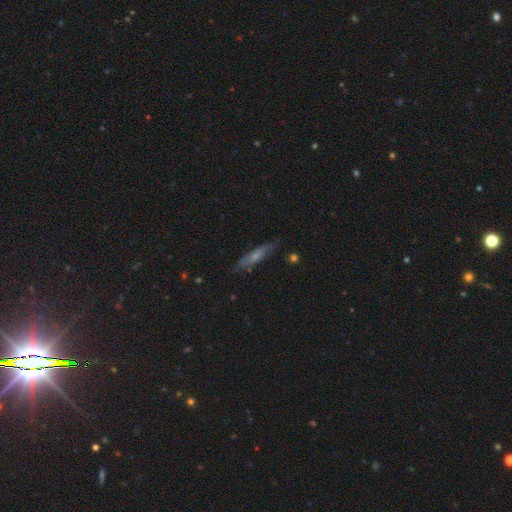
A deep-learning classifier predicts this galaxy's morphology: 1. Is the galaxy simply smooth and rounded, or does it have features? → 52% featured or disk, 38% smooth, 9% star or artifact.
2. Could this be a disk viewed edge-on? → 81% yes, 19% no.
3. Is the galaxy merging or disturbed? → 82% none, 13% minor disturbance, 3% major disturbance, 2% merger.